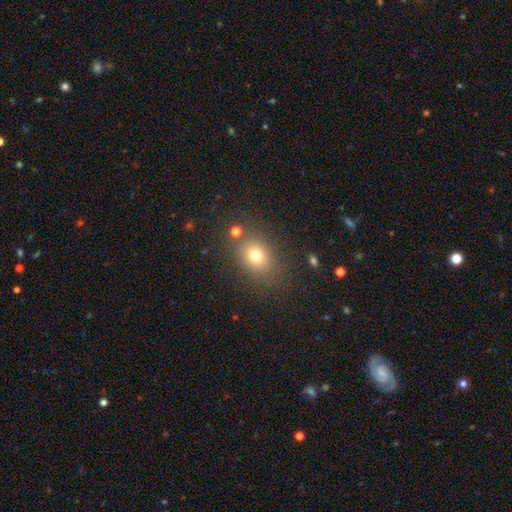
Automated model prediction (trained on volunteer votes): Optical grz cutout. It shows a smooth galaxy with no disk features (73%) that is round (51%). Merging: none (79%).